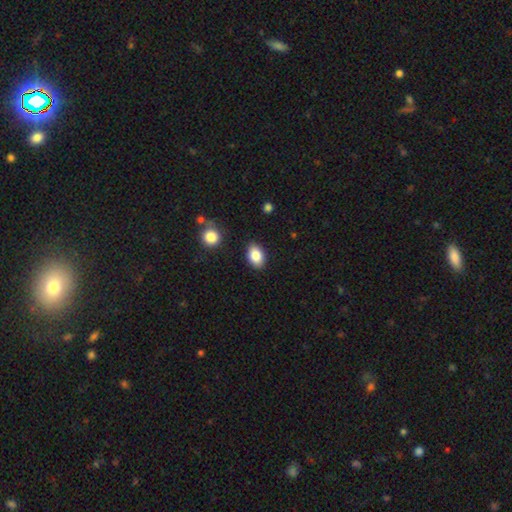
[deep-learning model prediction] Smooth or featured? Predicted: smooth (p=0.85). How rounded? Predicted: in between (p=0.84). Merging? Predicted: none (p=0.86).